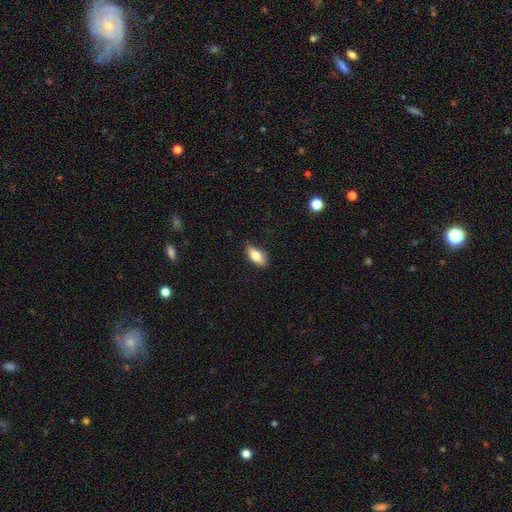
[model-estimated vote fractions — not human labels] This is likely a smooth galaxy (76%). How rounded: clearly in between (86%). Merging: clearly none (82%).